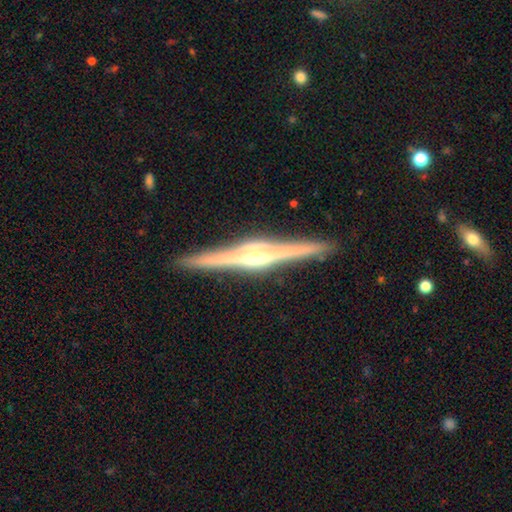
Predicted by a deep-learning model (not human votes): The model was most divided on "edge-on bulge": rounded: 75%, boxy: 20%, none: 5%. More confident: edge-on disk — yes (99%); merging — none (92%); smooth or featured — featured or disk (89%).